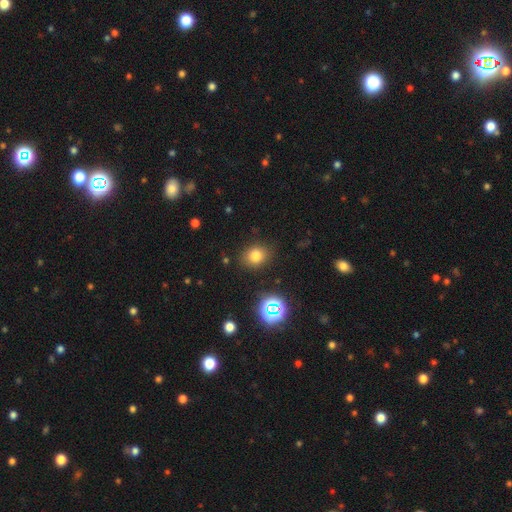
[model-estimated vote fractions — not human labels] Smooth or featured? Predicted: smooth (p=0.76). How rounded? Predicted: round (p=0.60). Merging? Predicted: none (p=0.84).